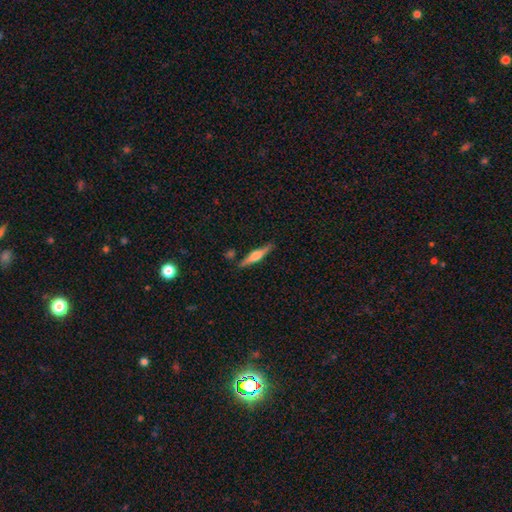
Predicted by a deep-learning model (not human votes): This appears to be a featured or disk galaxy (64%) viewed edge-on (97%) with a rounded central bulge (86%). Merging: none (86%).